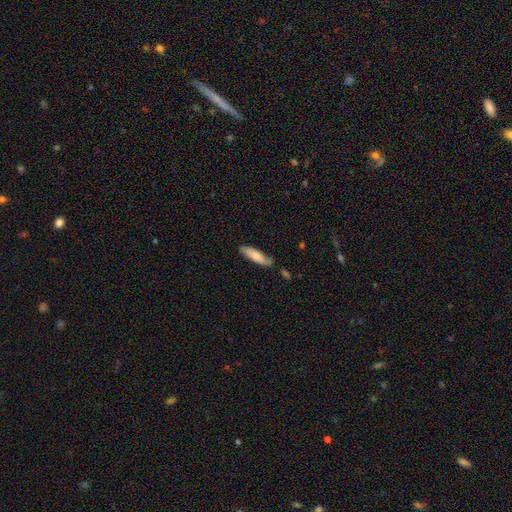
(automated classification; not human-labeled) Overall: smooth (73%). How rounded: cigar-shaped (63%; in between 36%). Merging: none (75%).